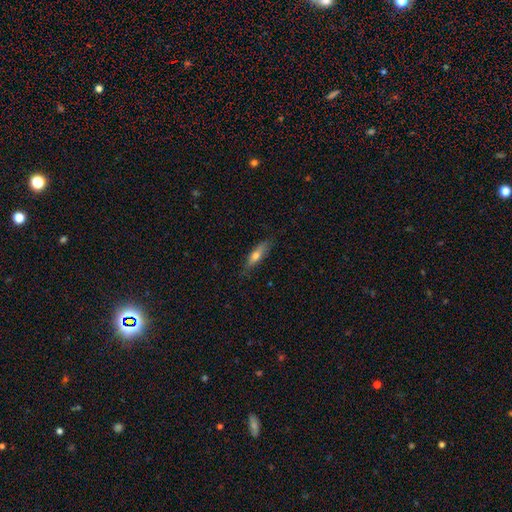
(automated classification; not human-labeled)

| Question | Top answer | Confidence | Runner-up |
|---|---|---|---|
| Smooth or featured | smooth | 65% | featured or disk (28%) |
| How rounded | cigar-shaped | 56% | in between (42%) |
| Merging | none | 80% | minor disturbance (16%) |